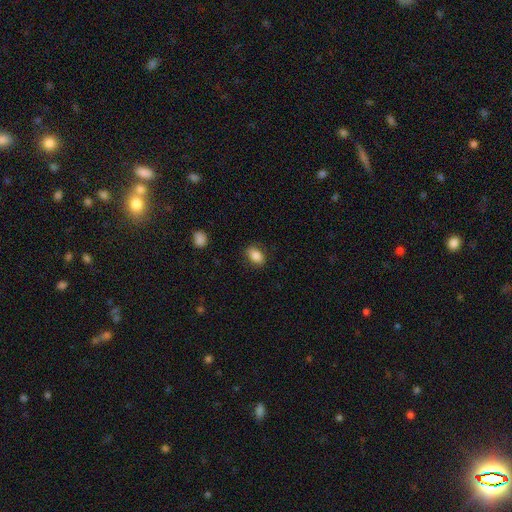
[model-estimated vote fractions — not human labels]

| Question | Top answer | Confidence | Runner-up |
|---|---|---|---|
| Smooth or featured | smooth | 86% | star or artifact (8%) |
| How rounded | in between | 85% | round (13%) |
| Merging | none | 84% | minor disturbance (12%) |